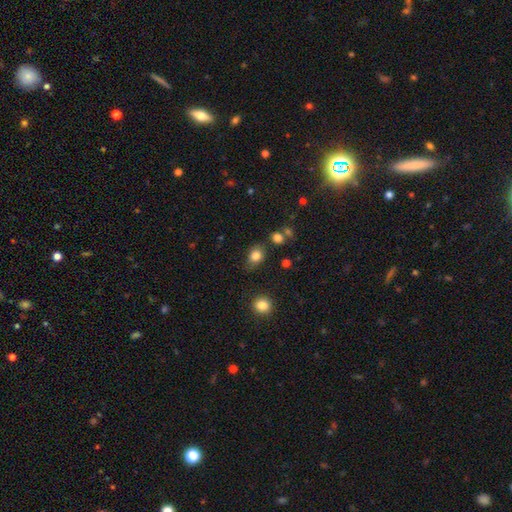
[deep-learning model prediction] smooth-or-featured: smooth: 82% | star or artifact: 11% | featured or disk: 7%
  how-rounded: round: 50% | in between: 48% | cigar-shaped: 1%
  merging: none: 70% | minor disturbance: 21% | major disturbance: 5% | merger: 4%